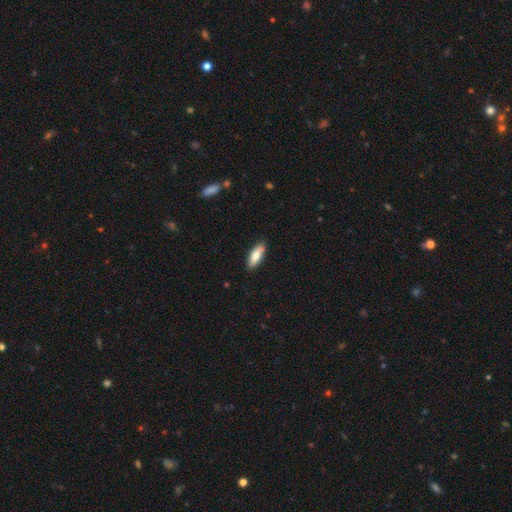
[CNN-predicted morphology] A smooth galaxy with no disk features (75%) that is in between round and cigar-shaped (63%). Merging: none (85%).